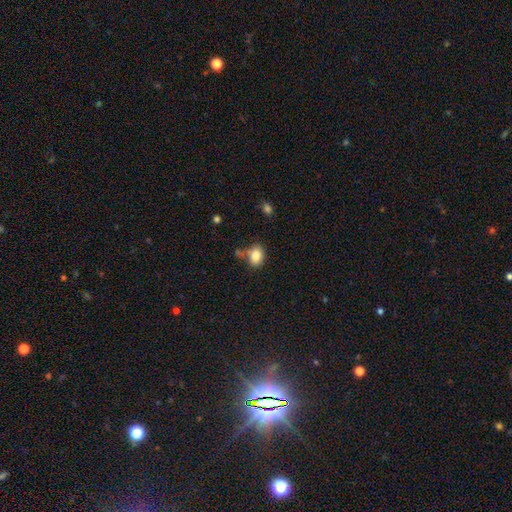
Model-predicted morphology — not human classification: This is clearly a smooth galaxy (85%). How rounded: likely in between (67%). Merging: possibly none (58%).